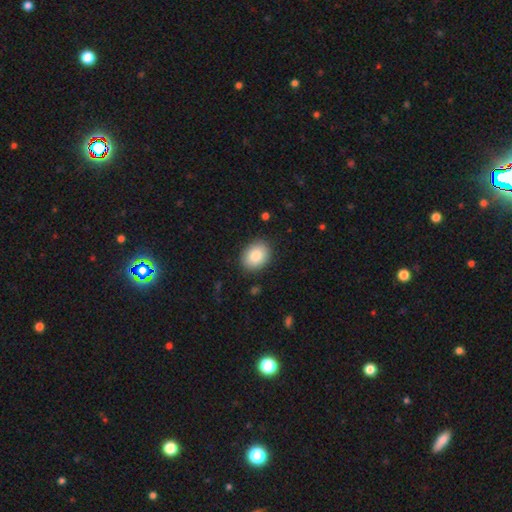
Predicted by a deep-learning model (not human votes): smooth 86%, featured or disk 7%, star or artifact 7%. Down the decision tree: how rounded — in between (59%); merging — none (88%).